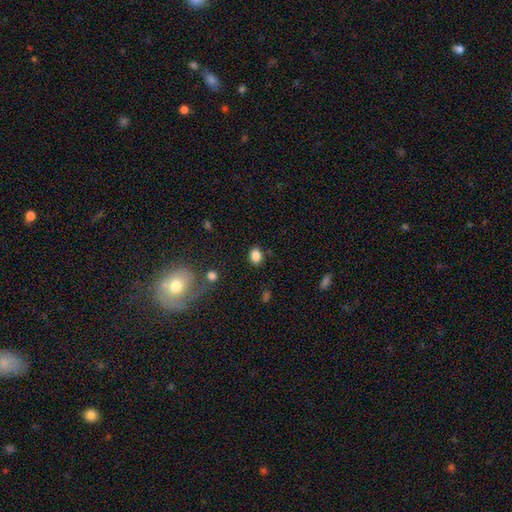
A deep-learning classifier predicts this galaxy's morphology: smooth-or-featured: smooth: 85% | star or artifact: 10% | featured or disk: 5%
  how-rounded: in between: 65% | round: 34% | cigar-shaped: 1%
  merging: none: 83% | minor disturbance: 11% | major disturbance: 3% | merger: 3%